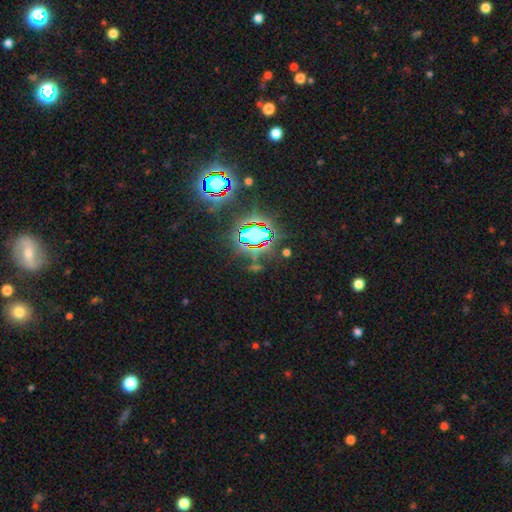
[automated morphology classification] A star or artifact, not a galaxy (81%).

Vote fractions:
- Smooth or featured? star or artifact: 81% / smooth: 11% / featured or disk: 8%